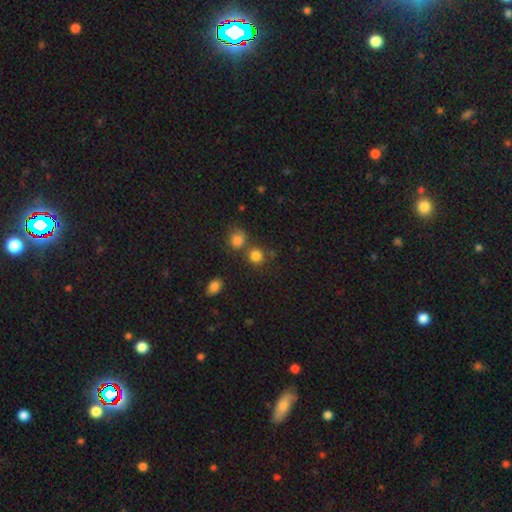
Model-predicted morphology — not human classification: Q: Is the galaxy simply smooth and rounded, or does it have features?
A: smooth — 82%.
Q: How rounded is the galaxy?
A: round — 88%.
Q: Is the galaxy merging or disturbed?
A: none — 69%.